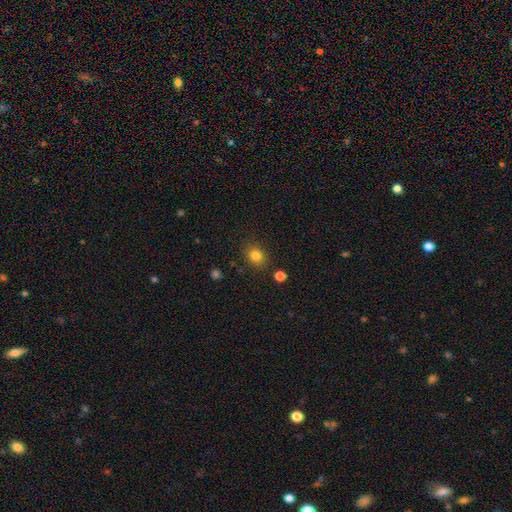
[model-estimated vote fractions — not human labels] This is clearly a smooth galaxy (82%). How rounded: likely round (64%). Merging: clearly none (85%).